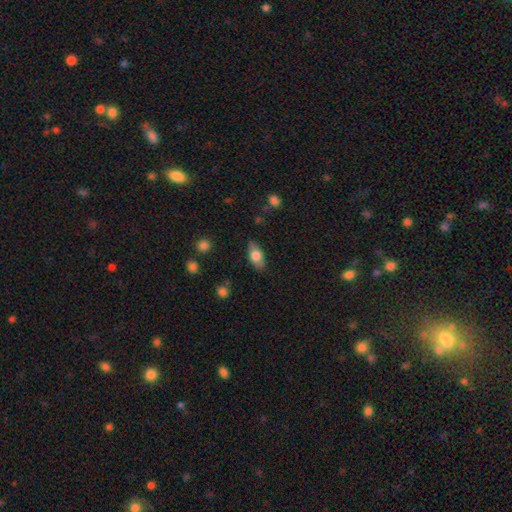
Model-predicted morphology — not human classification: smooth 74%, featured or disk 19%, star or artifact 7%. Down the decision tree: how rounded — in between (88%); merging — none (82%).